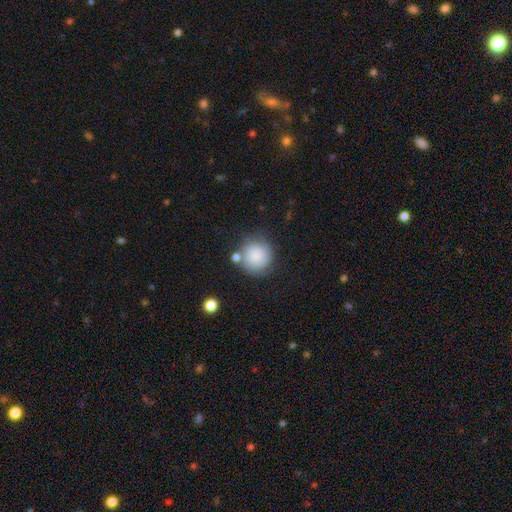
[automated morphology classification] Overall: smooth (75%). How rounded: round (91%). Merging: none (62%).